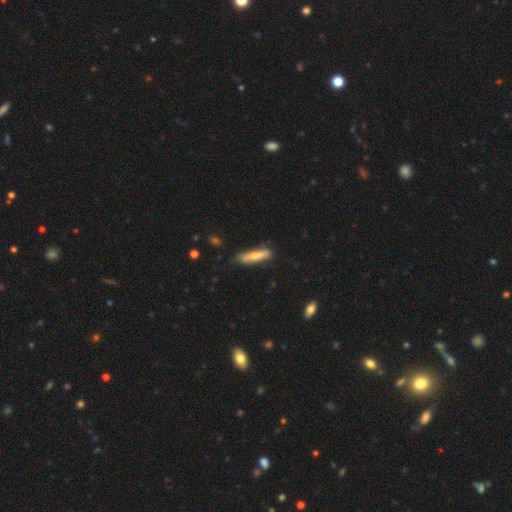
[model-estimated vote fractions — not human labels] Overall: smooth (69%). How rounded: cigar-shaped (82%). Merging: none (77%).